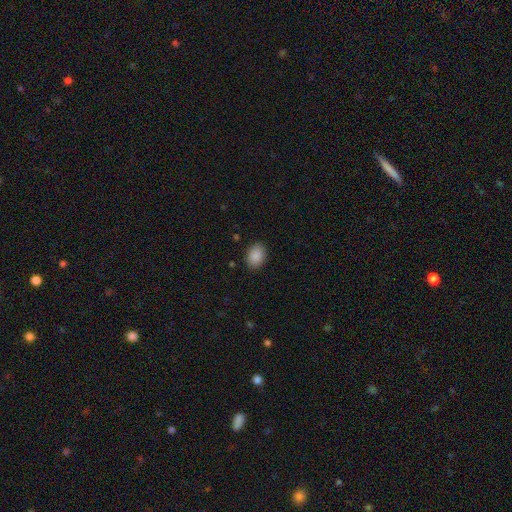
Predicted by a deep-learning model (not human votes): Smooth or featured? Predicted: smooth (p=0.89). How rounded? Predicted: in between (p=0.72). Merging? Predicted: none (p=0.88).